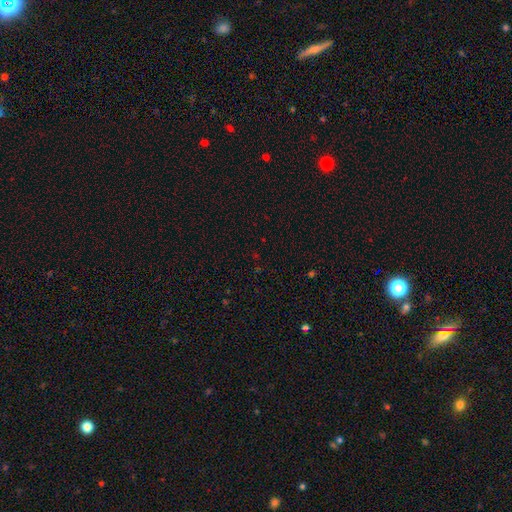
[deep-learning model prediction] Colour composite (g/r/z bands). It shows a star or artifact, not a galaxy (64%).